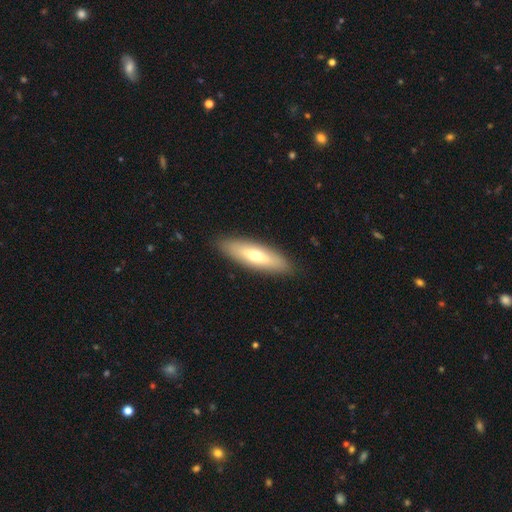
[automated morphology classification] Q: Smooth or featured?
A: smooth (59%); runner-up: featured or disk (35%)
Q: How rounded?
A: cigar-shaped (58%); runner-up: in between (40%)
Q: Merging?
A: none (89%); runner-up: minor disturbance (8%)